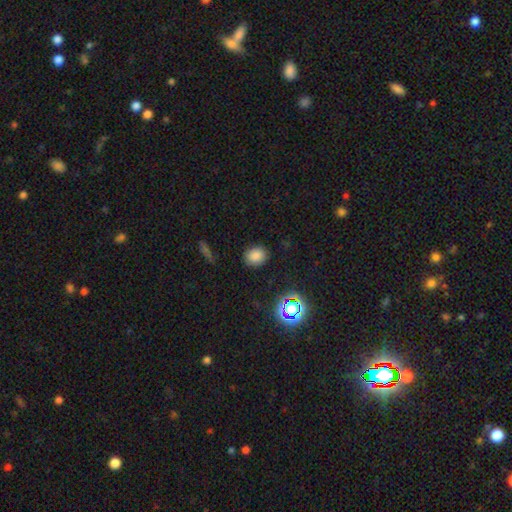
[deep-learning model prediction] Smooth or featured: smooth — 80% (star or artifact — 15%)
How rounded: round — 59% (in between — 40%)
Merging: none — 87% (minor disturbance — 9%)